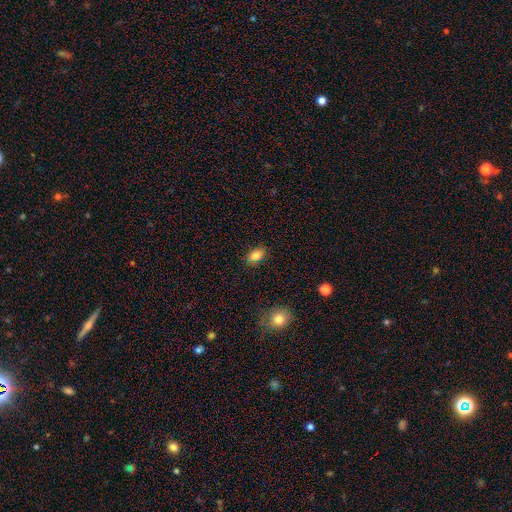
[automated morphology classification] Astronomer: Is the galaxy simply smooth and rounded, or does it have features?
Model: smooth — 86%.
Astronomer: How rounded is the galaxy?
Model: in between — 85%.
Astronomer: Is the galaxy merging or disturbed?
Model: none — 85%.